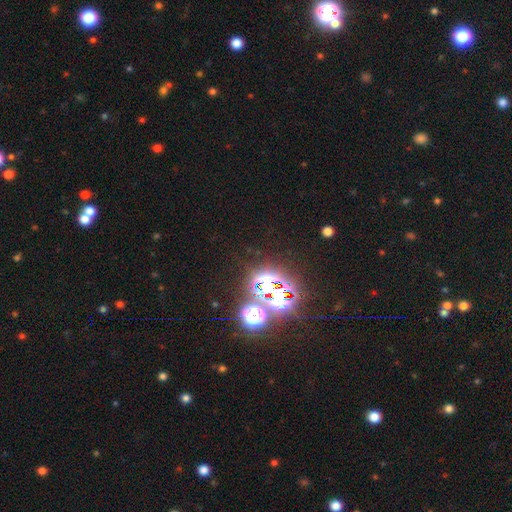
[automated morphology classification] type=star or artifact (76%).